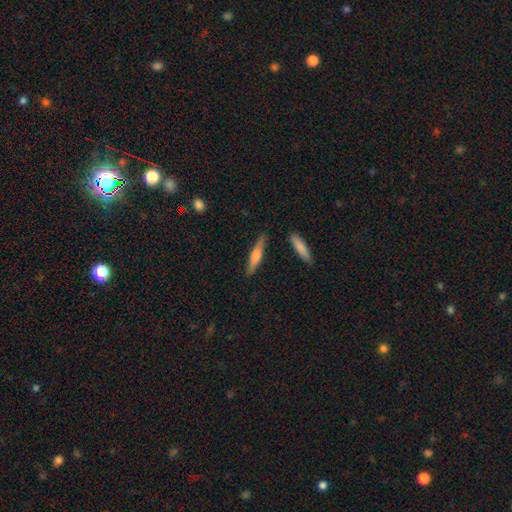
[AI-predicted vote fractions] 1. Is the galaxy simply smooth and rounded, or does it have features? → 48% smooth, 46% featured or disk, 6% star or artifact.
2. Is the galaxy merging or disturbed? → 87% none, 9% minor disturbance, 3% merger, 2% major disturbance.